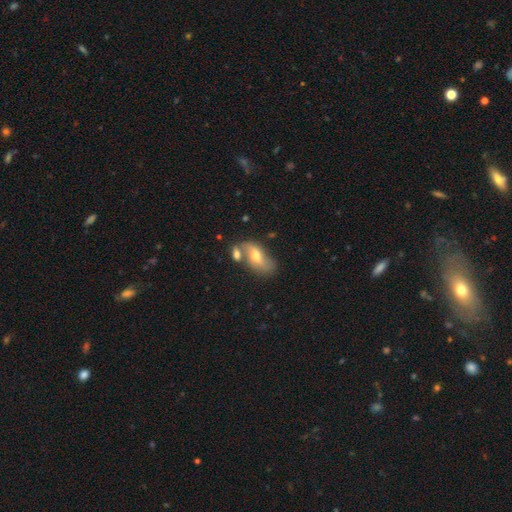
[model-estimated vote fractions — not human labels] Smooth or featured?
  - smooth: 47% *
  - featured or disk: 45%
  - star or artifact: 8%
Merging?
  - none: 50% *
  - merger: 24%
  - minor disturbance: 18%
  - major disturbance: 7%